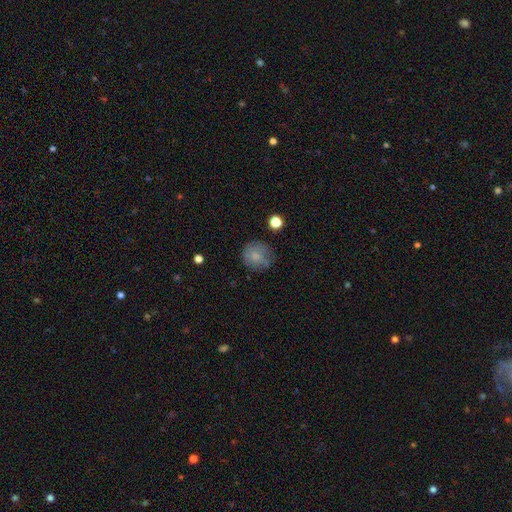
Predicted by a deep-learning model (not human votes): Smooth or featured? Predicted: smooth (p=0.75). How rounded? Predicted: round (p=0.87). Merging? Predicted: none (p=0.68).